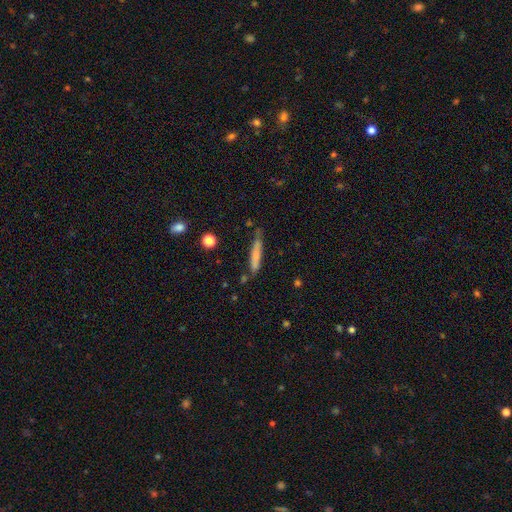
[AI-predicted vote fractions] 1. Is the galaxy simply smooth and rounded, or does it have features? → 70% smooth, 23% featured or disk, 7% star or artifact.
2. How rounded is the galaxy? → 91% cigar-shaped, 7% in between, 2% round.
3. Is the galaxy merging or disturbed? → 63% none, 25% minor disturbance, 6% major disturbance, 5% merger.